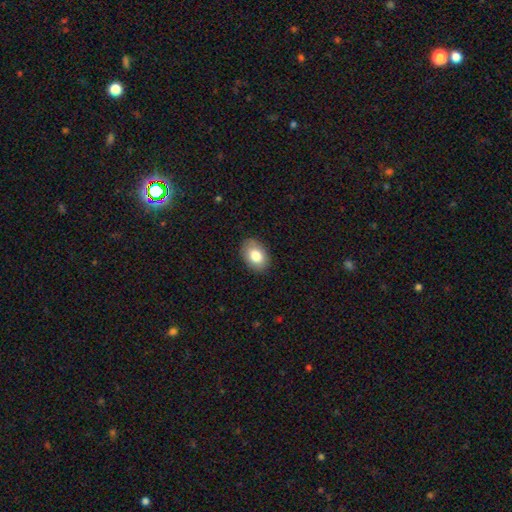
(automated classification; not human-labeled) smooth-or-featured: smooth: 82% | featured or disk: 11% | star or artifact: 8%
  how-rounded: in between: 81% | round: 18% | cigar-shaped: 1%
  merging: none: 87% | minor disturbance: 10% | major disturbance: 2% | merger: 1%